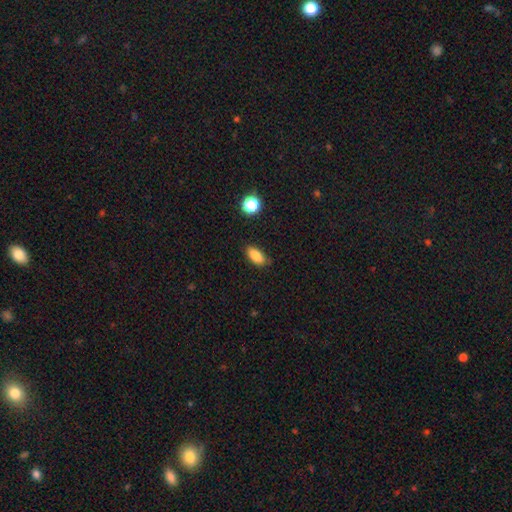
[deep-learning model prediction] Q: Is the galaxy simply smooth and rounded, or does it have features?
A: smooth — 85%.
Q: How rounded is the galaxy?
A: in between — 88%.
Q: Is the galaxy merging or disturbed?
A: none — 83%.